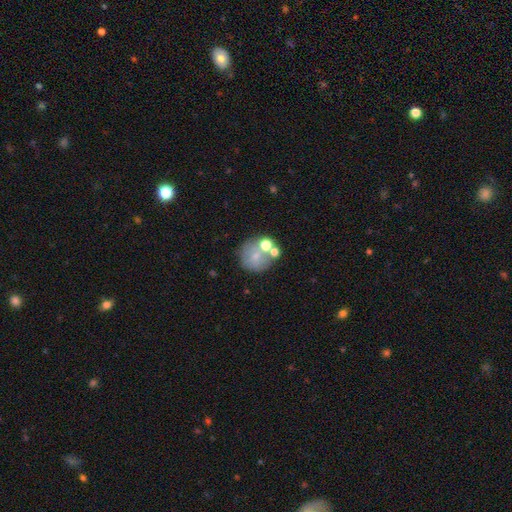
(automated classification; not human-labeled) This is likely a smooth galaxy (61%). How rounded: clearly round (85%). Merging: possibly none (53%).